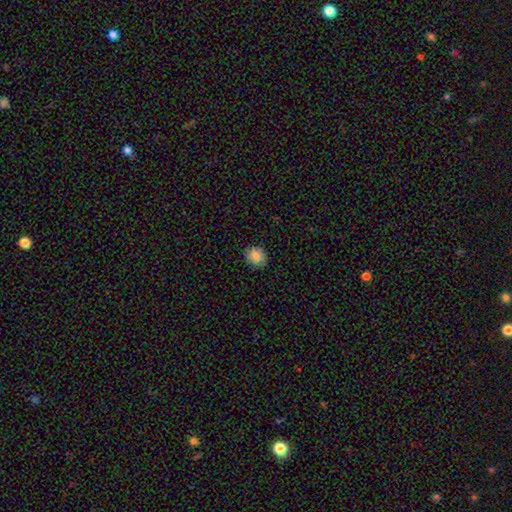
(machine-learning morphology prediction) Smooth or featured?
  - smooth: 85% *
  - star or artifact: 9%
  - featured or disk: 6%
How rounded?
  - round: 58% *
  - in between: 41%
  - cigar-shaped: 1%
Merging?
  - none: 88% *
  - minor disturbance: 9%
  - major disturbance: 2%
  - merger: 1%